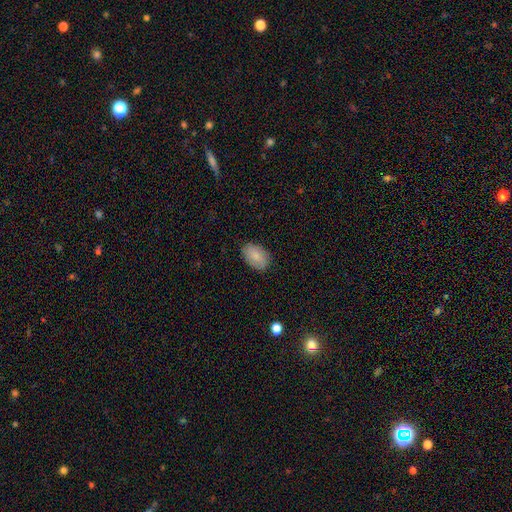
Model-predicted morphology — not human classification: A smooth galaxy with no disk features (84%) that is in between round and cigar-shaped (89%). Merging: none (85%).